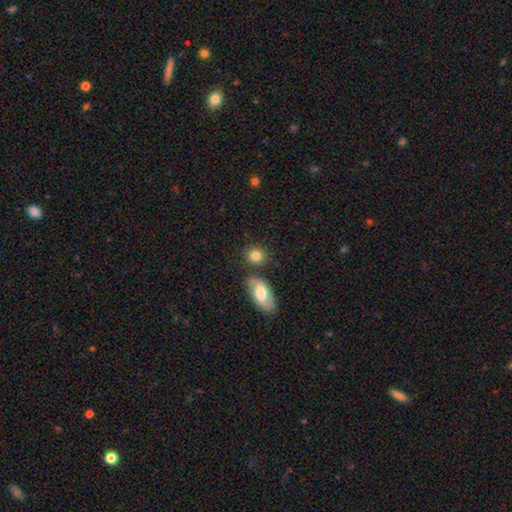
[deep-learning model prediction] A smooth galaxy with no disk features (83%) that is round (69%).

Vote fractions:
- Smooth or featured? smooth: 83% / featured or disk: 9% / star or artifact: 8%
- How rounded? round: 69% / in between: 29% / cigar-shaped: 2%
- Merging? none: 74% / minor disturbance: 12% / merger: 12% / major disturbance: 3%